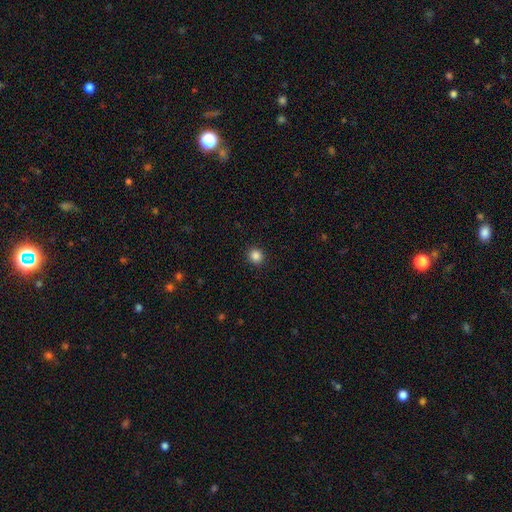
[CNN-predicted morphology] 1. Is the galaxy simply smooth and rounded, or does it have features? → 86% smooth, 11% star or artifact, 3% featured or disk.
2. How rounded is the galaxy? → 91% round, 8% in between, 1% cigar-shaped.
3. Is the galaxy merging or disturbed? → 92% none, 5% minor disturbance, 2% major disturbance, 1% merger.